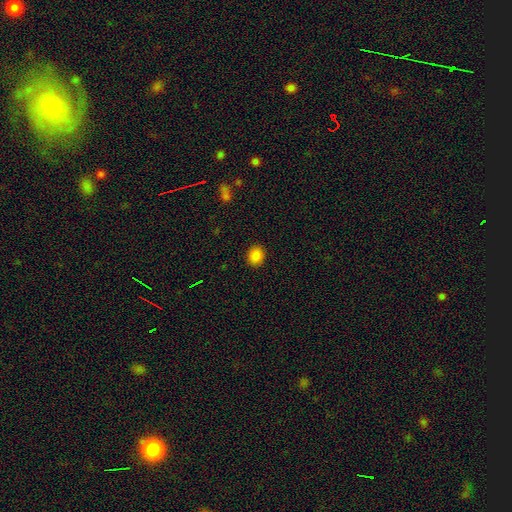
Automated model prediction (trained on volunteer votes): Smooth or featured? smooth (85%)
How rounded? round (61%)
Merging? none (91%)